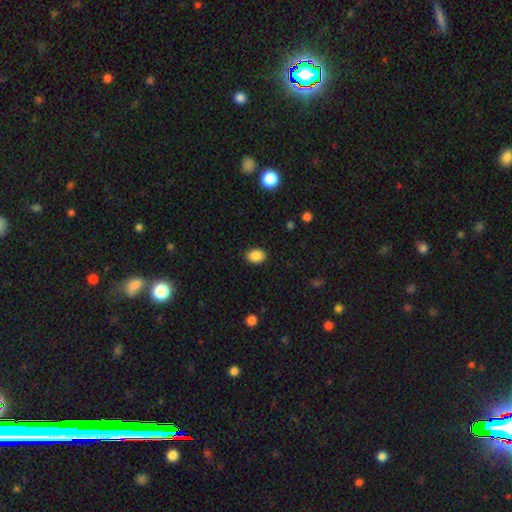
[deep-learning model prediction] Overall: smooth (88%). How rounded: in between (70%). Merging: none (89%).